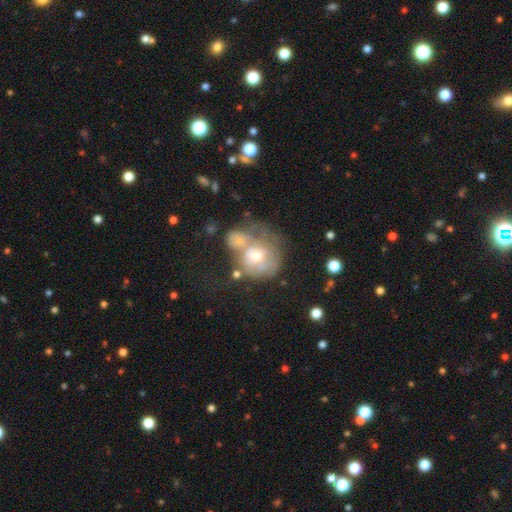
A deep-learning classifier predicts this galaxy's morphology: Smooth or featured: featured or disk — 52% (smooth — 38%)
Edge-on disk: no — 96% (yes — 4%)
Bar: no — 81% (weak — 15%)
Spiral arms: no — 59% (yes — 41%)
Bulge size: moderate — 68% (small — 22%)
Merging: merger — 42% (none — 23%)